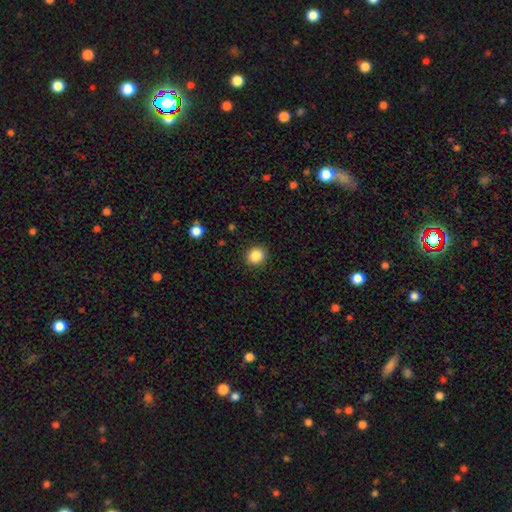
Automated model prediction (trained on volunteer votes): This is clearly a smooth galaxy (86%). How rounded: clearly round (84%). Merging: clearly none (91%).